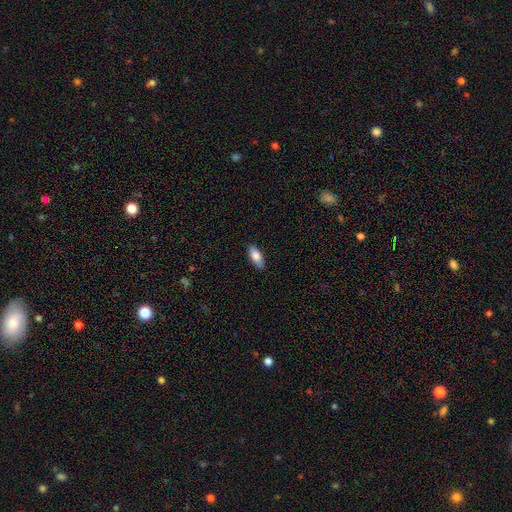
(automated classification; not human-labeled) smooth_or_featured: smooth (p=0.81) [alt: featured or disk p=0.13]
how_rounded: in between (p=0.79) [alt: cigar-shaped p=0.19]
merging: none (p=0.88) [alt: minor disturbance p=0.09]